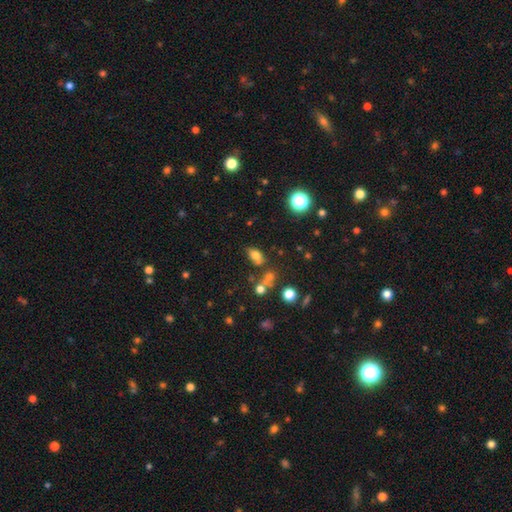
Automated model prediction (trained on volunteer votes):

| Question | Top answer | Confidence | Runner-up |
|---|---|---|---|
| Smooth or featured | smooth | 73% | star or artifact (16%) |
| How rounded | in between | 83% | round (14%) |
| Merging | none | 63% | minor disturbance (17%) |